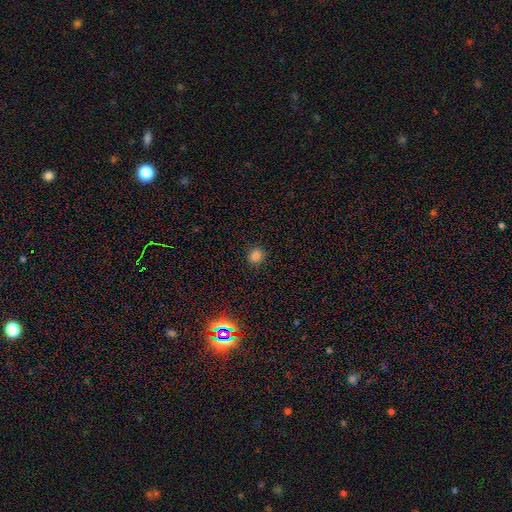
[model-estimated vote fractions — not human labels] A smooth galaxy with no disk features (81%) that is round (86%). Merging: none (90%).